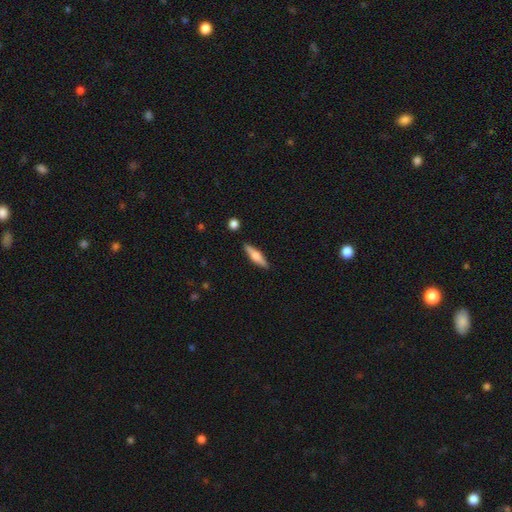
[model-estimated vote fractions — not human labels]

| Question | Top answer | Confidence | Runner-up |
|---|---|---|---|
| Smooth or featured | featured or disk | 50% | smooth (44%) |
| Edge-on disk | yes | 95% | no (5%) |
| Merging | none | 87% | minor disturbance (9%) |